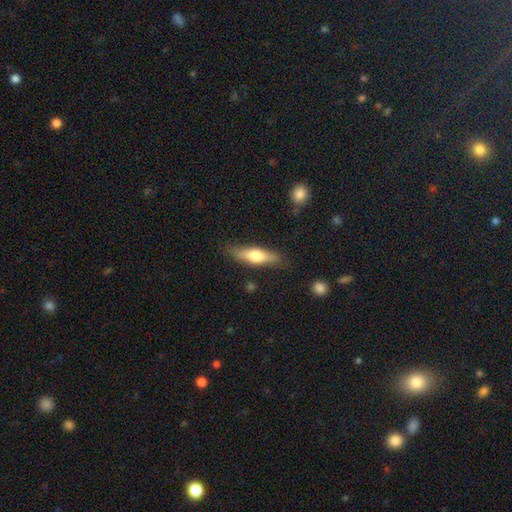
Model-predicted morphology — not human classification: smooth 57%, featured or disk 38%, star or artifact 6%. Down the decision tree: how rounded — cigar-shaped (63%); merging — none (82%).